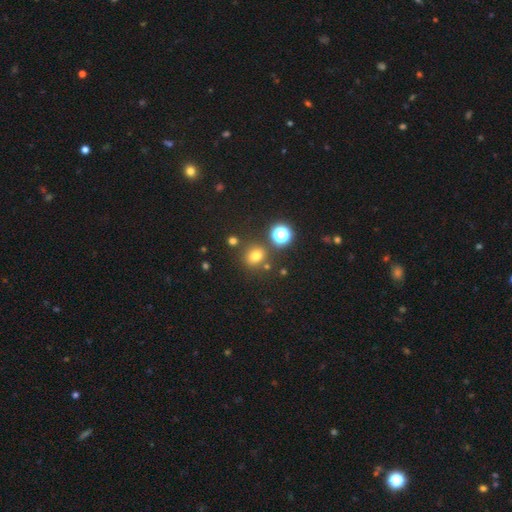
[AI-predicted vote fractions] Q: Smooth or featured?
A: smooth (71%); runner-up: star or artifact (22%)
Q: How rounded?
A: round (76%); runner-up: in between (23%)
Q: Merging?
A: none (78%); runner-up: minor disturbance (10%)